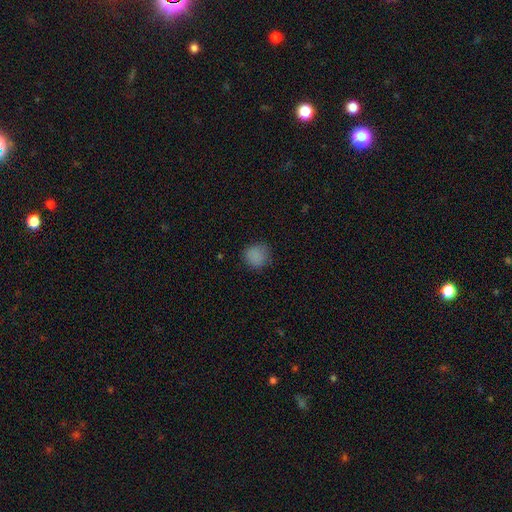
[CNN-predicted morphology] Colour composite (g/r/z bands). It shows a smooth galaxy with no disk features (84%) that is round (88%). Merging: none (81%).